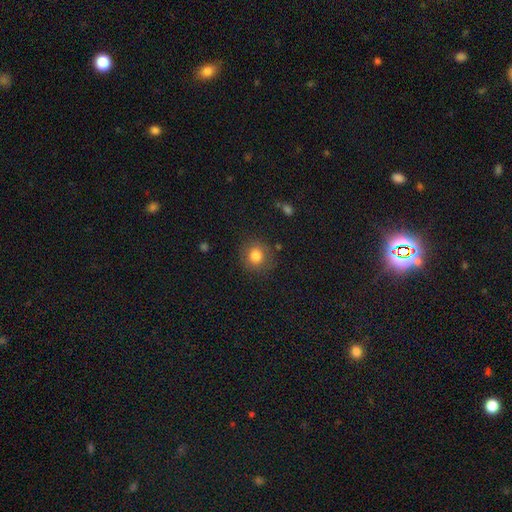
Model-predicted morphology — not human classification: Q: Smooth or featured?
A: smooth (81%); runner-up: star or artifact (11%)
Q: How rounded?
A: round (88%); runner-up: in between (11%)
Q: Merging?
A: none (83%); runner-up: minor disturbance (11%)